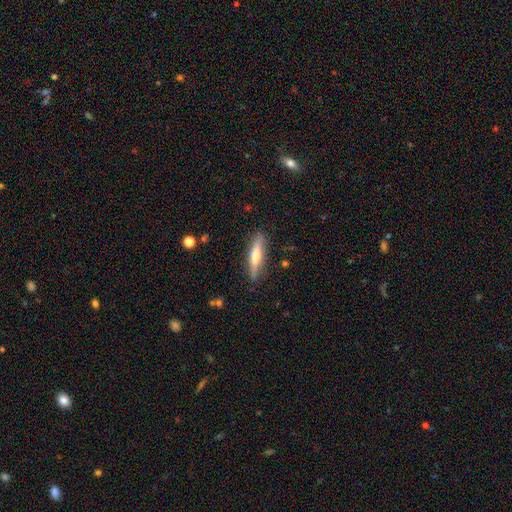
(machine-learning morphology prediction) A featured or disk galaxy (49%). Merging: none (86%).